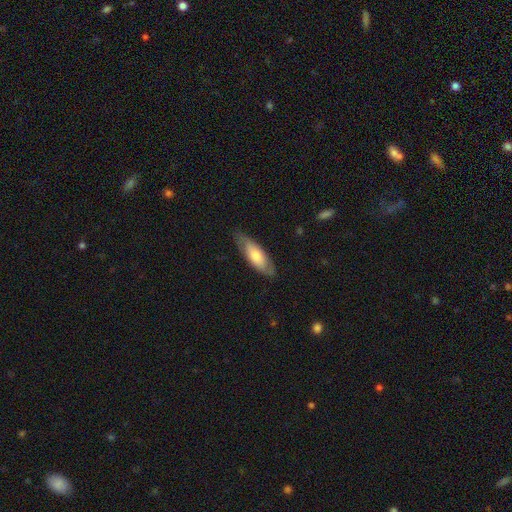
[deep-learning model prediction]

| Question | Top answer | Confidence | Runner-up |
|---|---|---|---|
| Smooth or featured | smooth | 66% | featured or disk (29%) |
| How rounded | in between | 65% | cigar-shaped (33%) |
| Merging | none | 76% | minor disturbance (19%) |